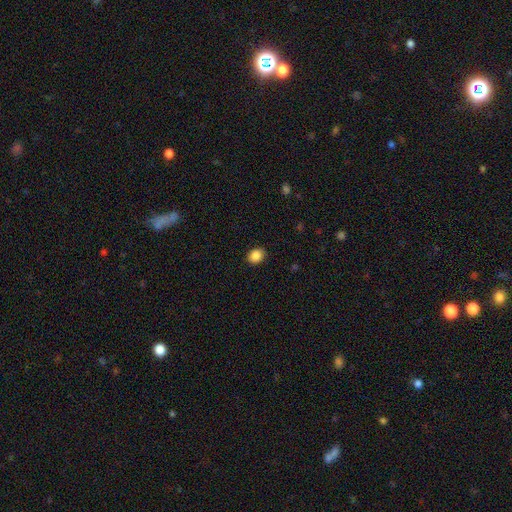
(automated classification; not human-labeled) Q: Smooth or featured?
A: smooth (88%); runner-up: star or artifact (9%)
Q: How rounded?
A: round (50%); runner-up: in between (49%)
Q: Merging?
A: none (88%); runner-up: minor disturbance (9%)